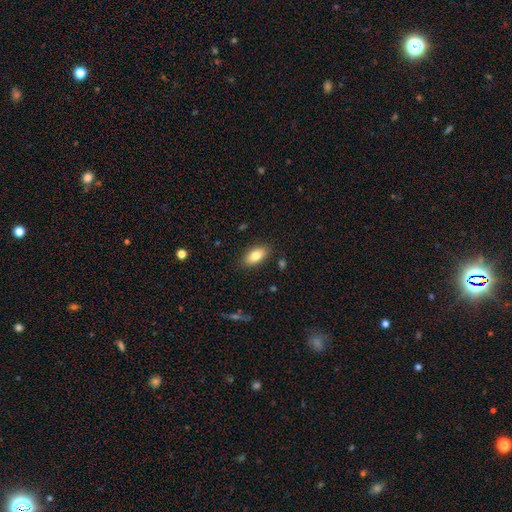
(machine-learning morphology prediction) This appears to be a smooth galaxy with no disk features (81%) that is in between round and cigar-shaped (90%). Merging: none (85%).